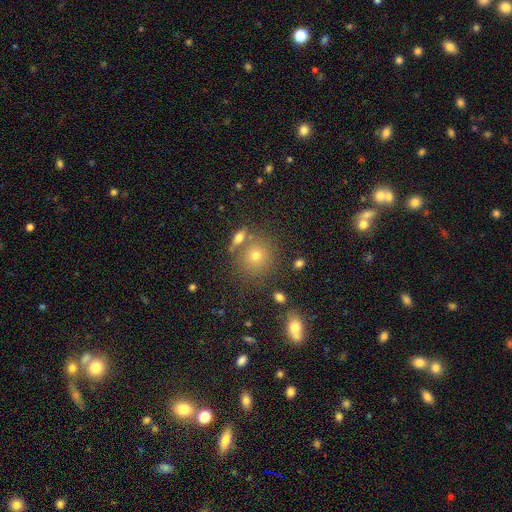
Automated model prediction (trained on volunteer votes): The model was most divided on "smooth or featured": smooth: 68%, star or artifact: 19%, featured or disk: 14%. More confident: how rounded — round (86%); merging — none (72%).